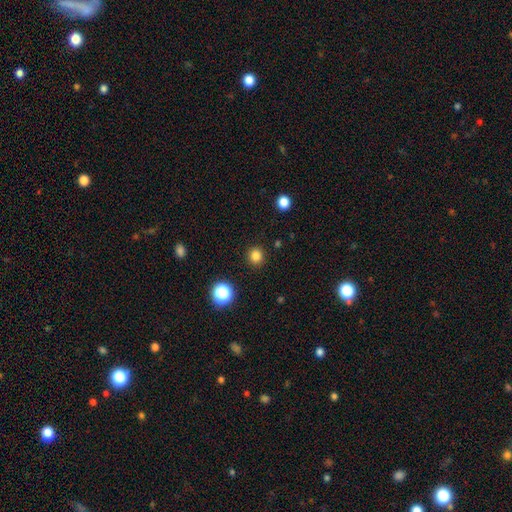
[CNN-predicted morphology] The model was most divided on "smooth or featured": smooth: 82%, star or artifact: 14%, featured or disk: 4%. More confident: how rounded — round (92%); merging — none (91%).